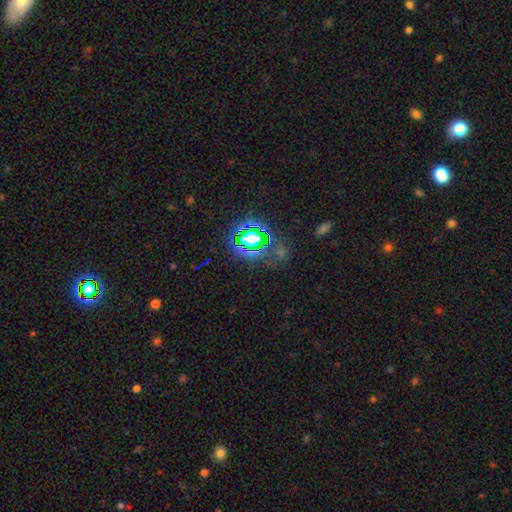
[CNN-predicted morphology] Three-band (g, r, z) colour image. It shows a star or artifact, not a galaxy (77%).